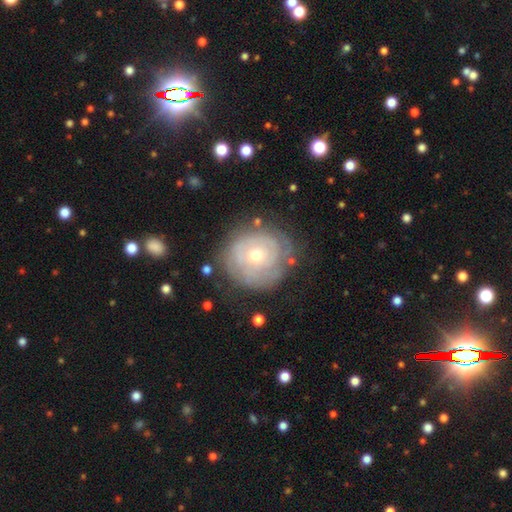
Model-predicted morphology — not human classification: type=featured or disk (70%); edge-on=no (97%); bar=no (84%); spiral arms=yes (78%); winding=tight (80%); arm count=can't tell (56%); bulge=moderate (49%); merging=none (73%).